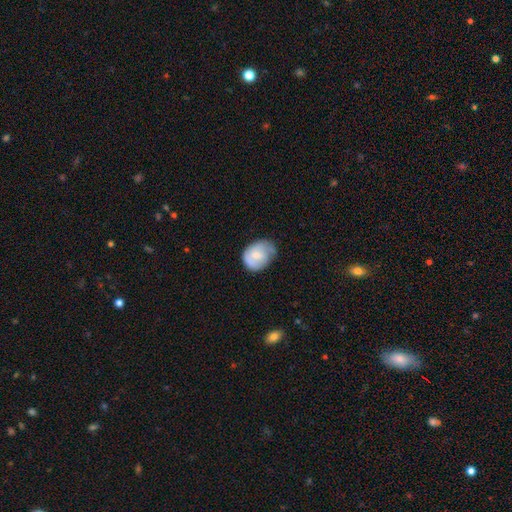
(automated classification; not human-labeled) A smooth galaxy with no disk features (53%) that is in between round and cigar-shaped (50%). Merging: none (48%).